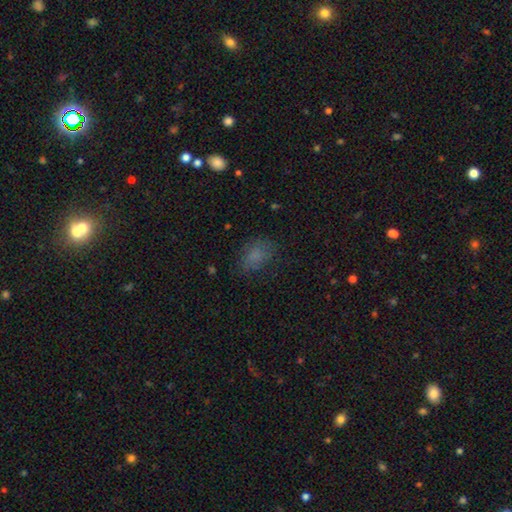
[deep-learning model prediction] Q: Smooth or featured?
A: smooth (76%); runner-up: star or artifact (14%)
Q: How rounded?
A: in between (81%); runner-up: round (17%)
Q: Merging?
A: none (67%); runner-up: minor disturbance (21%)